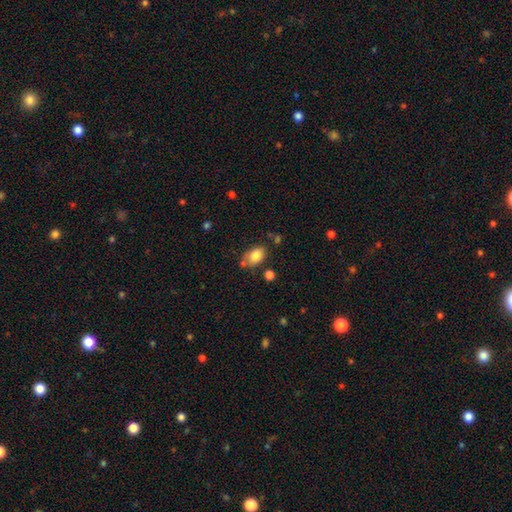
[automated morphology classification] A smooth galaxy with no disk features (82%) that is in between round and cigar-shaped (83%). Merging: none (66%).